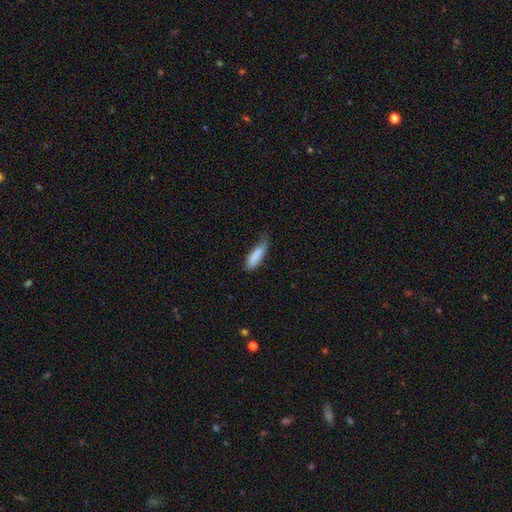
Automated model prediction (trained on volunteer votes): Smooth or featured? smooth (86%)
How rounded? cigar-shaped (57%)
Merging? none (52%)